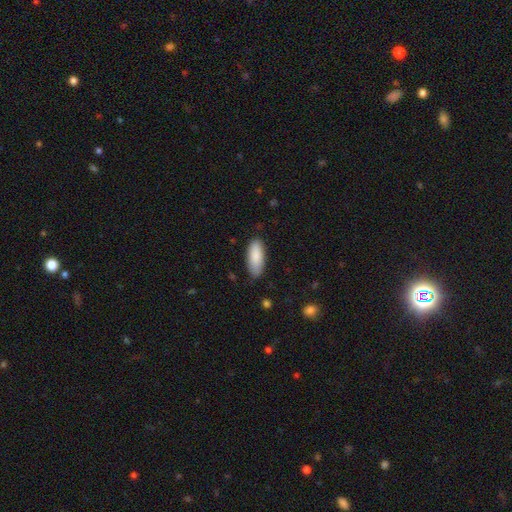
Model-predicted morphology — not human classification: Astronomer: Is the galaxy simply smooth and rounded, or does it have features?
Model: smooth — 88%.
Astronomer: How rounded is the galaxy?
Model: in between — 80%.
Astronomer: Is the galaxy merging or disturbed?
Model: none — 82%.